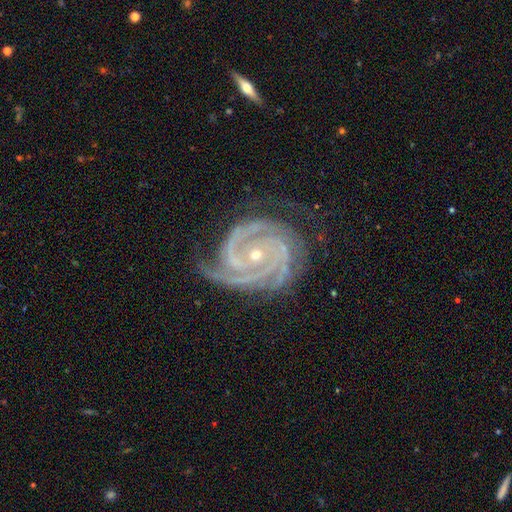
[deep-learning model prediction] Smooth or featured? featured or disk (93%)
Edge-on disk? no (98%)
Bar? no (66%)
Spiral arms? yes (99%)
Spiral winding? tight (78%)
Spiral arm count? 3 (48%)
Bulge size? small (71%)
Merging? none (72%)